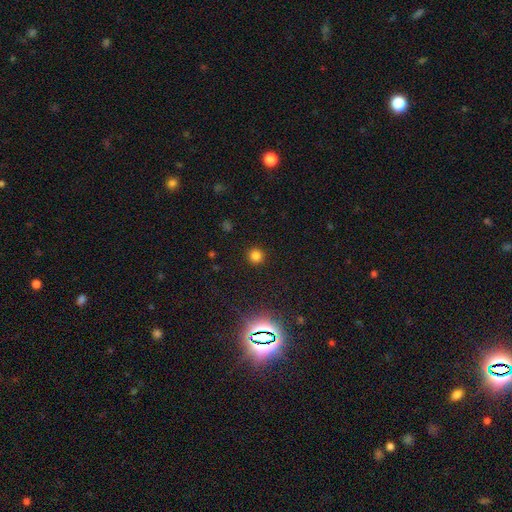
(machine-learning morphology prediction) A smooth galaxy with no disk features (79%) that is round (95%). Merging: none (92%).